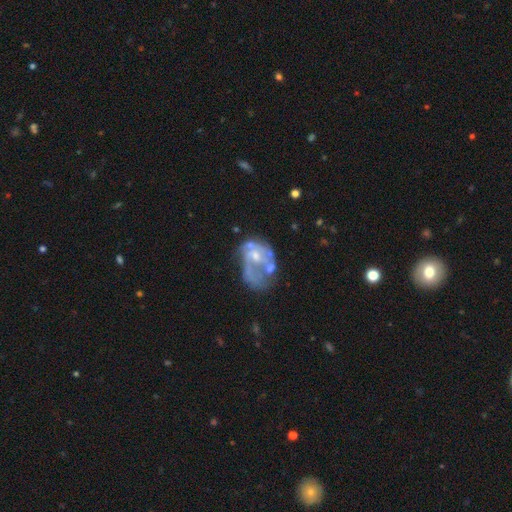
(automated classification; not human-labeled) Smooth or featured: featured or disk — 71% (smooth — 20%)
Edge-on disk: no — 98% (yes — 2%)
Bar: no — 69% (weak — 26%)
Spiral arms: yes — 51% (no — 49%)
Bulge size: small — 39% (tied with moderate — 39%)
Merging: major disturbance — 35% (none — 31%)